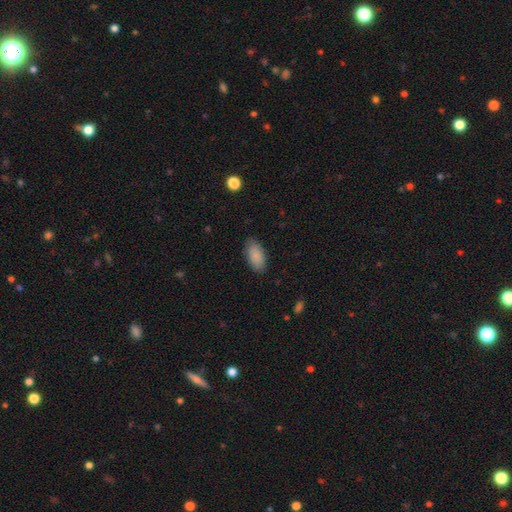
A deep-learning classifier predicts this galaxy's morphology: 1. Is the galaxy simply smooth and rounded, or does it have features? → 88% smooth, 6% star or artifact, 6% featured or disk.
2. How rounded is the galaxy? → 92% in between, 5% cigar-shaped, 2% round.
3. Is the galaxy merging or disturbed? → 85% none, 11% minor disturbance, 2% major disturbance, 1% merger.